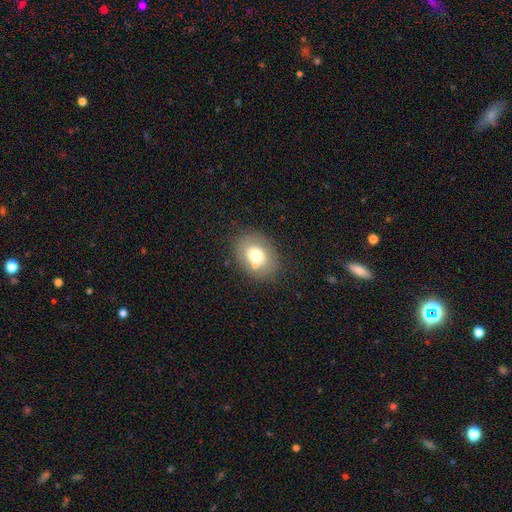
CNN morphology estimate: The model was most divided on "how rounded": in between: 62%, round: 37%, cigar-shaped: 1%. More confident: merging — none (70%); smooth or featured — smooth (68%).